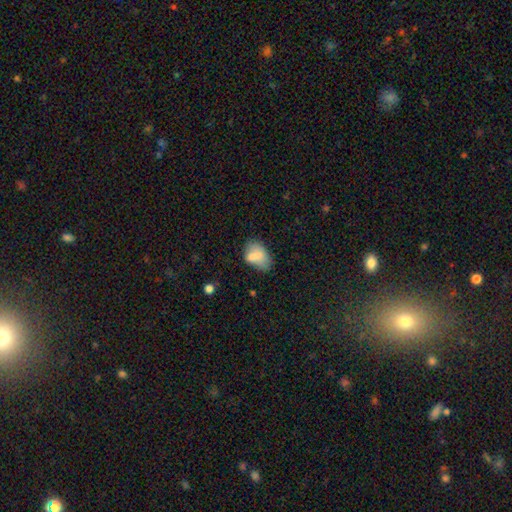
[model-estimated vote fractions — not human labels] smooth-or-featured: smooth: 72% | featured or disk: 20% | star or artifact: 9%
  how-rounded: in between: 84% | round: 14% | cigar-shaped: 2%
  merging: none: 43% | merger: 24% | minor disturbance: 24% | major disturbance: 9%